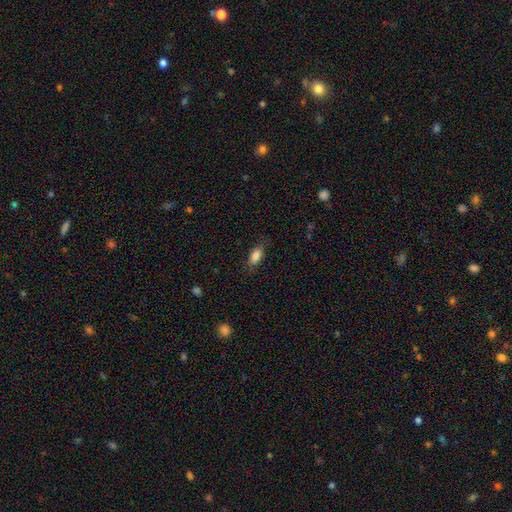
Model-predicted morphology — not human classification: Smooth or featured: smooth — 84% (featured or disk — 8%)
How rounded: in between — 85% (cigar-shaped — 11%)
Merging: none — 78% (minor disturbance — 16%)